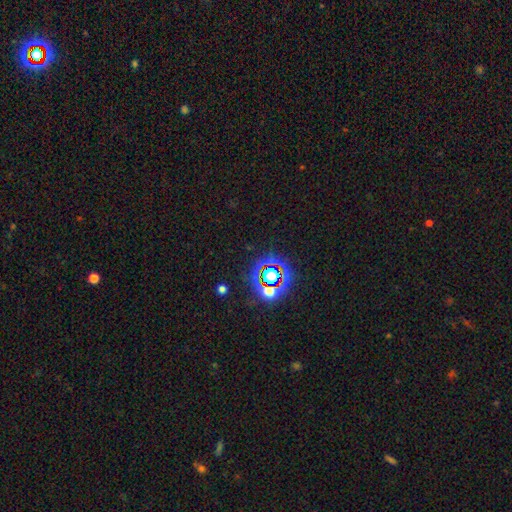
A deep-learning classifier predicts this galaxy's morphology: Overall: star or artifact (77%).